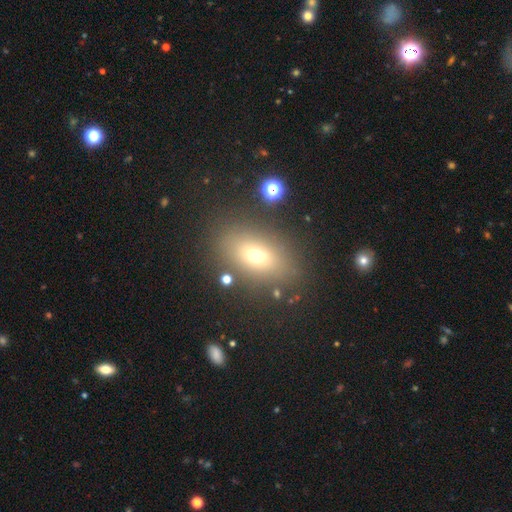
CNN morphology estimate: Q: Smooth or featured?
A: smooth (65%); runner-up: featured or disk (19%)
Q: How rounded?
A: in between (76%); runner-up: round (20%)
Q: Merging?
A: none (79%); runner-up: minor disturbance (11%)